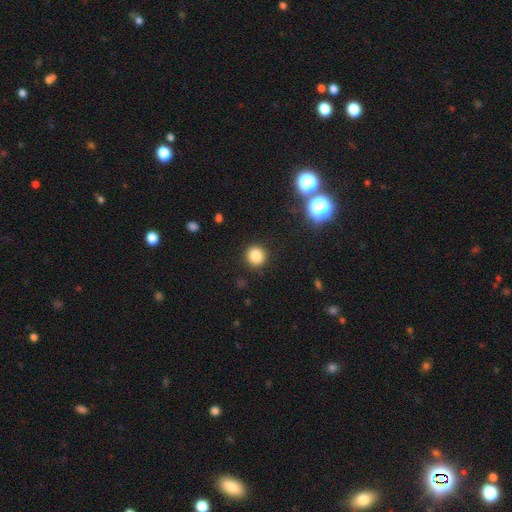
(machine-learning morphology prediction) A smooth galaxy with no disk features (83%) that is round (93%). Merging: none (91%).